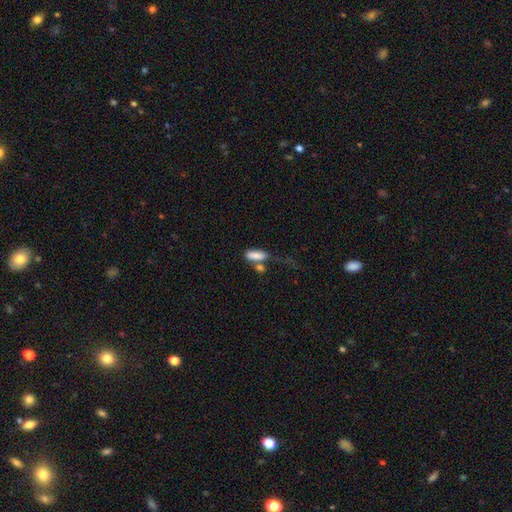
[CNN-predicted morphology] This is clearly a smooth galaxy (82%). How rounded: likely in between (66%). Merging: marginally none (45%).